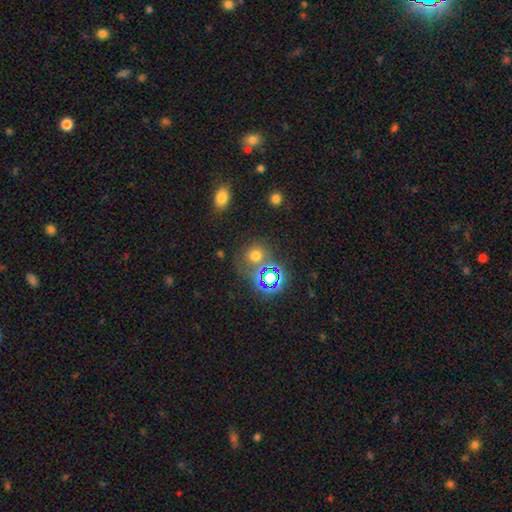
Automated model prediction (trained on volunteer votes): Smooth or featured?
  - smooth: 57% *
  - star or artifact: 34%
  - featured or disk: 9%
How rounded?
  - round: 81% *
  - in between: 18%
  - cigar-shaped: 1%
Merging?
  - none: 68% *
  - merger: 14%
  - minor disturbance: 11%
  - major disturbance: 7%